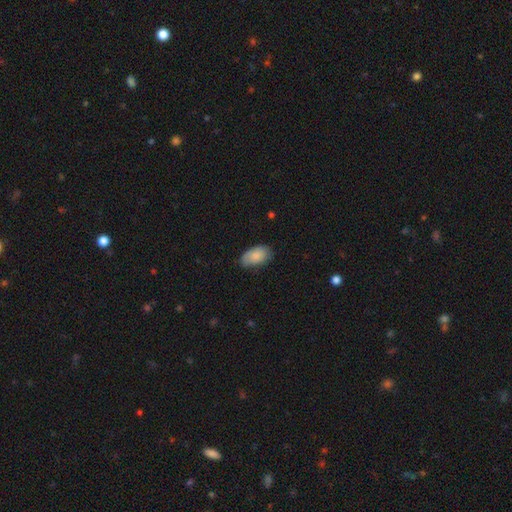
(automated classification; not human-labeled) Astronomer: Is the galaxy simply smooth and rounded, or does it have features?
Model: smooth — 84%.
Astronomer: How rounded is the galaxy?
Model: in between — 94%.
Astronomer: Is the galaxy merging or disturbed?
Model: none — 70%.